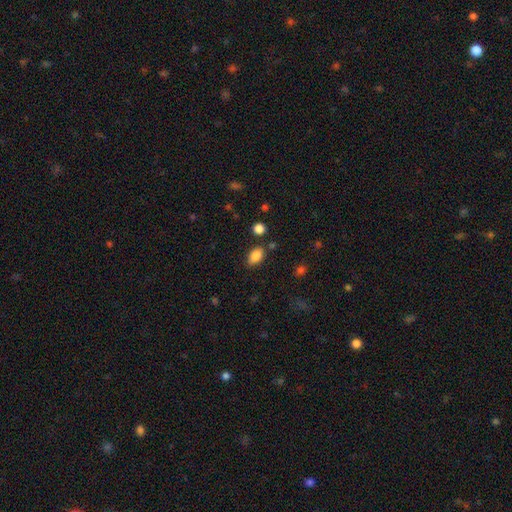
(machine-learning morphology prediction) This is clearly a smooth galaxy (86%). How rounded: clearly in between (89%). Merging: likely none (78%).